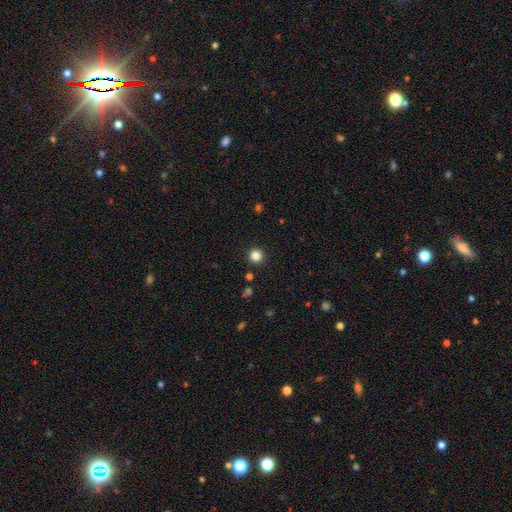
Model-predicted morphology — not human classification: Smooth or featured? smooth (84%)
How rounded? round (95%)
Merging? none (92%)